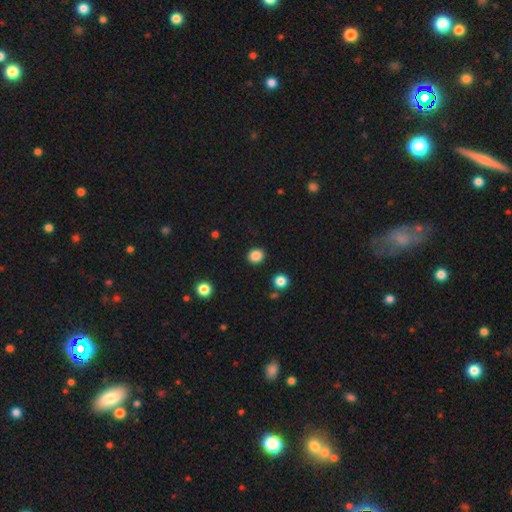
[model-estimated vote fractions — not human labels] This is clearly a smooth galaxy (86%). How rounded: clearly round (81%). Merging: clearly none (91%).